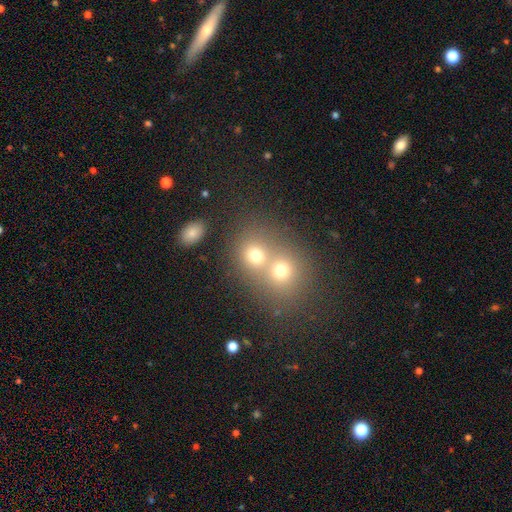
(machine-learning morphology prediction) This appears to be a smooth galaxy with no disk features (67%) that is round (73%). Merging: merger (59%).